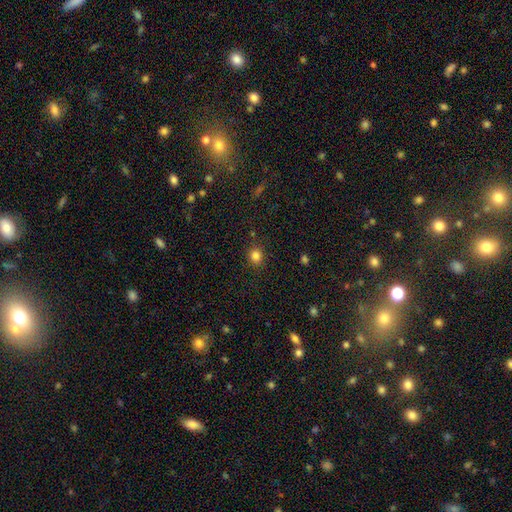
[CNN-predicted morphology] This appears to be a smooth galaxy with no disk features (83%) that is round (81%). Merging: none (87%).